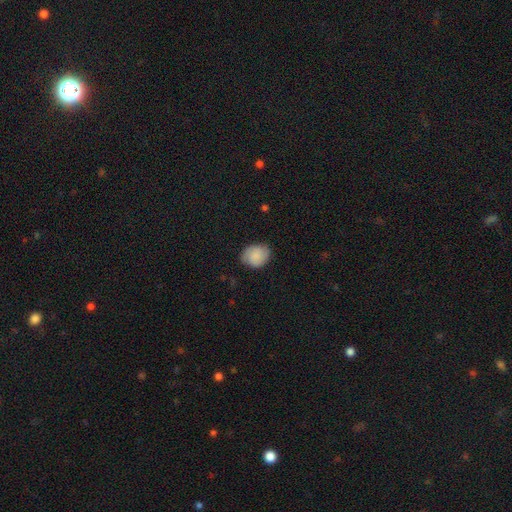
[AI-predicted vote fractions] A smooth galaxy with no disk features (82%) that is round (52%).

Vote fractions:
- Smooth or featured? smooth: 82% / featured or disk: 11% / star or artifact: 7%
- How rounded? round: 52% / in between: 47% / cigar-shaped: 1%
- Merging? none: 75% / minor disturbance: 20% / major disturbance: 4% / merger: 1%